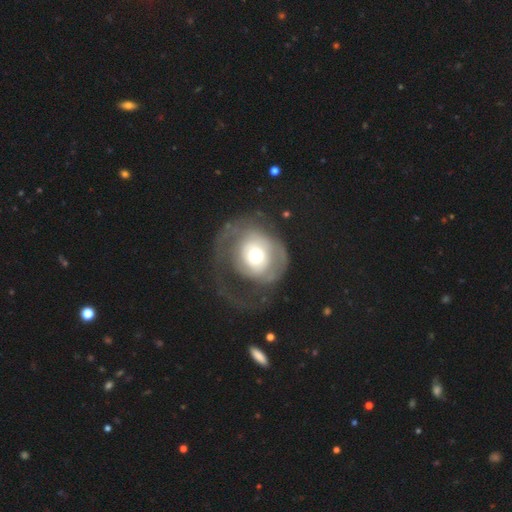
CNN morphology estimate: smooth-or-featured: featured or disk: 56% | smooth: 37% | star or artifact: 7%
  disk-edge-on: no: 97% | yes: 3%
    bar: no: 83% | weak: 13% | strong: 4%
    has-spiral-arms: yes: 55% | no: 45%
    bulge-size: moderate: 58% | large: 19% | small: 19% | dominant: 3% | none: 1%
  merging: major disturbance: 49% | none: 32% | minor disturbance: 17% | merger: 2%